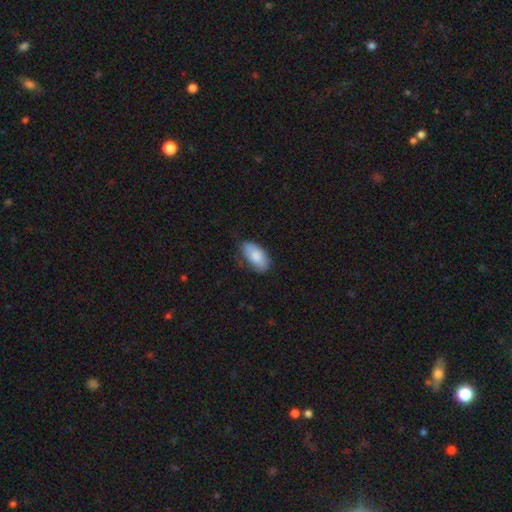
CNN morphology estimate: Q: Smooth or featured?
A: smooth (83%); runner-up: featured or disk (11%)
Q: How rounded?
A: in between (93%); runner-up: cigar-shaped (4%)
Q: Merging?
A: none (69%); runner-up: minor disturbance (25%)